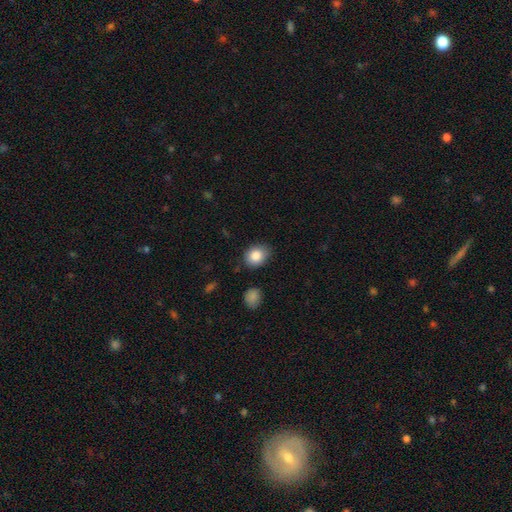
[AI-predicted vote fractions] This appears to be a smooth galaxy with no disk features (85%) that is in between round and cigar-shaped (52%). Merging: none (81%).